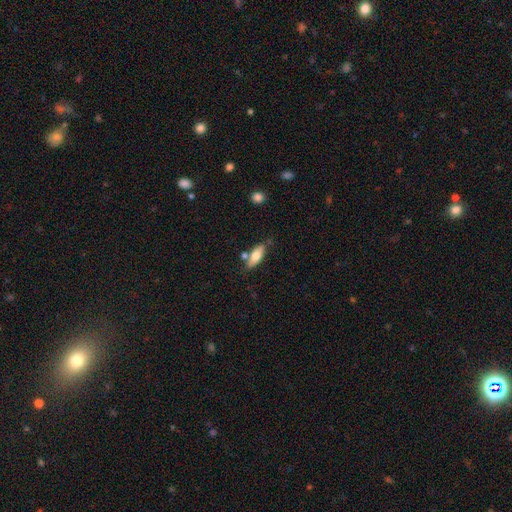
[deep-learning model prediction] Morphology: type=smooth (69%); roundness=in between (69%); merging=none (68%).